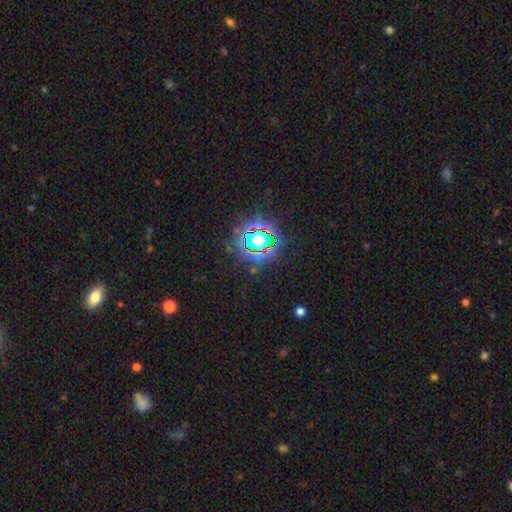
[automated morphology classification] Smooth or featured? Predicted: star or artifact (p=0.81).